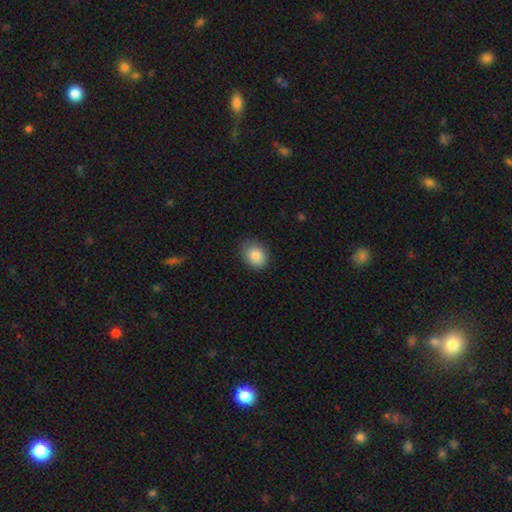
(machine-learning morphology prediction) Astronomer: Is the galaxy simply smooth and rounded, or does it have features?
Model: smooth — 84%.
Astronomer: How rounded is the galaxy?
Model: round — 51% (runner-up: in between, 49%).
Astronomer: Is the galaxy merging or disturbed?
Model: none — 82%.